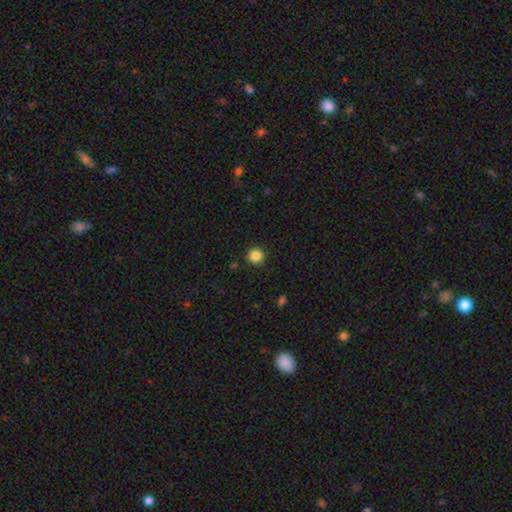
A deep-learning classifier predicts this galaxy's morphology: The model was most divided on "smooth or featured": smooth: 85%, star or artifact: 11%, featured or disk: 4%. More confident: how rounded — round (94%); merging — none (91%).